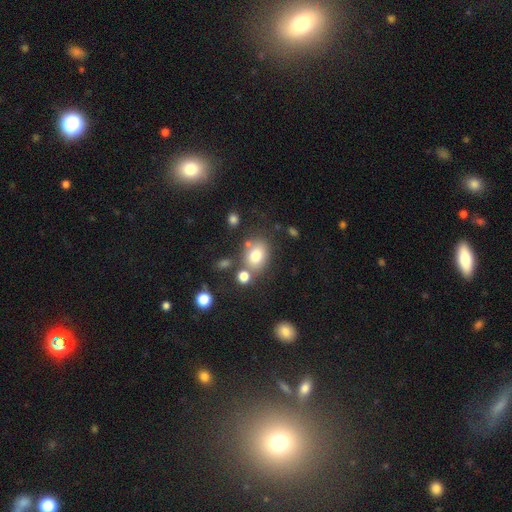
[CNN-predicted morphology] Smooth or featured? Predicted: smooth (p=0.77). How rounded? Predicted: in between (p=0.59). Merging? Predicted: none (p=0.65).